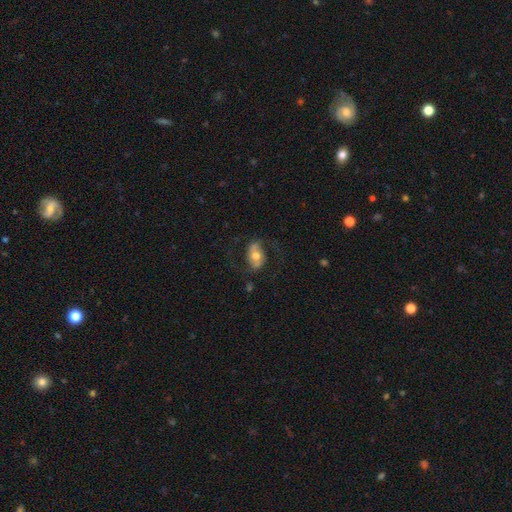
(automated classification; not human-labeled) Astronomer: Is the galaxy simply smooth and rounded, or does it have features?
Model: featured or disk — 55% (runner-up: smooth, 38%).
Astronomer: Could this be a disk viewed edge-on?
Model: no — 93%.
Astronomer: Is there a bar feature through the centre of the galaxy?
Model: no — 46% (runner-up: weak, 31%).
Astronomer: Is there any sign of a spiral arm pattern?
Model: yes — 73%.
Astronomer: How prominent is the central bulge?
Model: moderate — 68%.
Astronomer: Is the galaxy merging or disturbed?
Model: none — 66%.